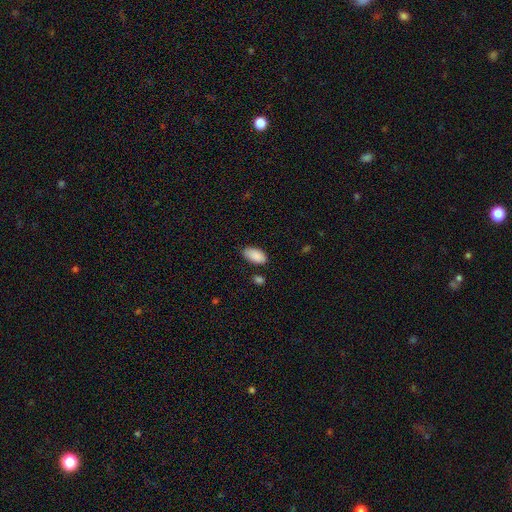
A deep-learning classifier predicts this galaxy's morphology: smooth-or-featured: smooth: 89% | star or artifact: 6% | featured or disk: 5%
  how-rounded: in between: 95% | round: 3% | cigar-shaped: 2%
  merging: none: 76% | minor disturbance: 18% | major disturbance: 3% | merger: 3%